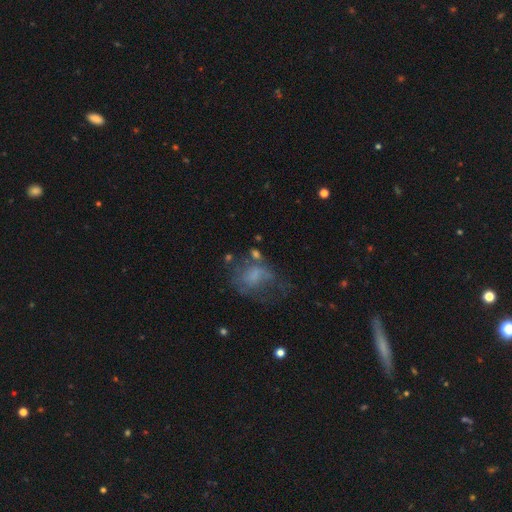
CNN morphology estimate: smooth 45%, featured or disk 39%, star or artifact 16%. Down the decision tree: merging — major disturbance (37%).